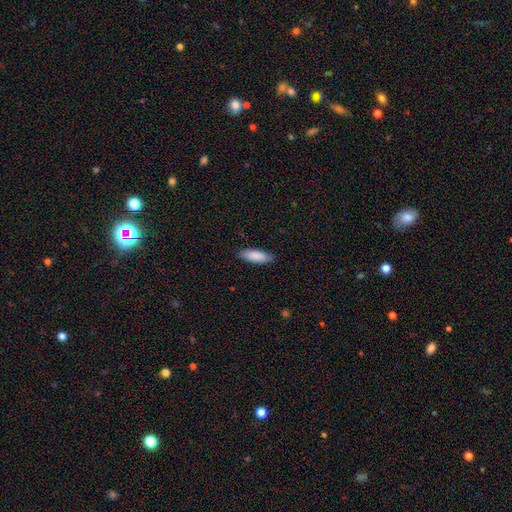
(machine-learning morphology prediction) Smooth or featured? Predicted: smooth (p=0.88). How rounded? Predicted: in between (p=0.67). Merging? Predicted: none (p=0.86).